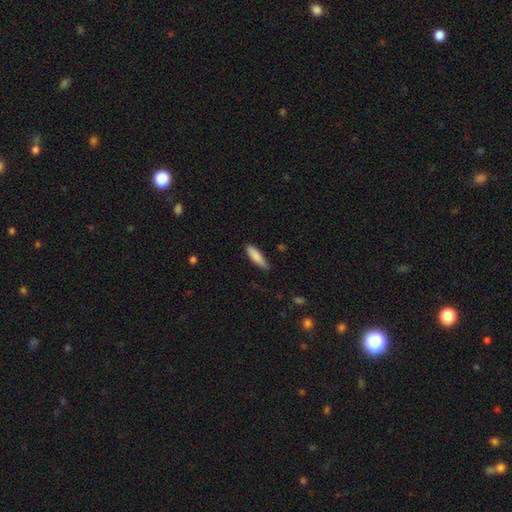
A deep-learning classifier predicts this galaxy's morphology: smooth-or-featured: smooth: 85% | featured or disk: 9% | star or artifact: 6%
  how-rounded: cigar-shaped: 64% | in between: 35% | round: 1%
  merging: none: 79% | minor disturbance: 17% | major disturbance: 3% | merger: 1%